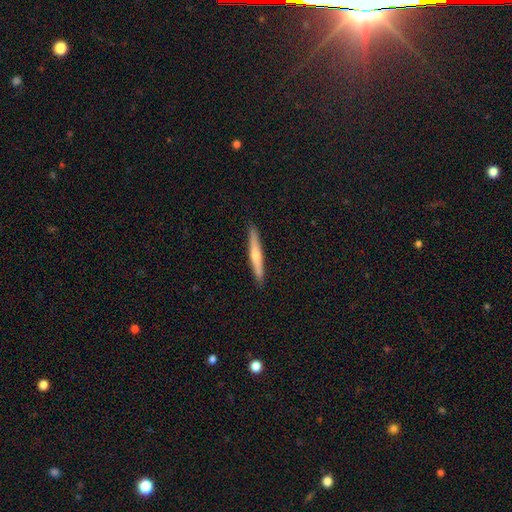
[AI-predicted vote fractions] A featured or disk galaxy (57%) viewed edge-on (96%) with a rounded central bulge (77%).

Vote fractions:
- Smooth or featured? featured or disk: 57% / smooth: 35% / star or artifact: 8%
- Edge-on disk? yes: 96% / no: 4%
- Edge-on bulge? rounded: 77% / none: 19% / boxy: 4%
- Merging? none: 91% / minor disturbance: 6% / major disturbance: 1% / merger: 1%